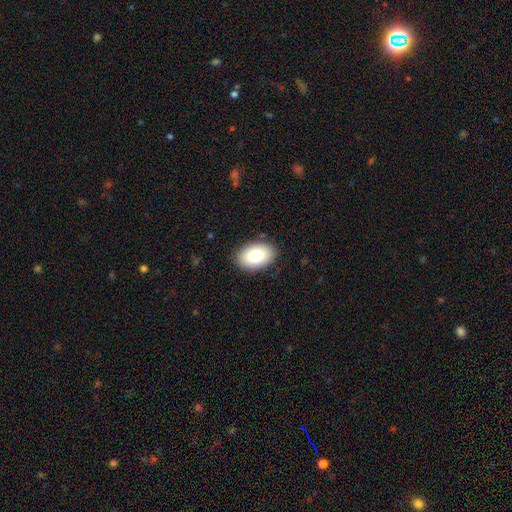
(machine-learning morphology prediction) This is clearly a smooth galaxy (83%). How rounded: clearly in between (88%). Merging: clearly none (87%).